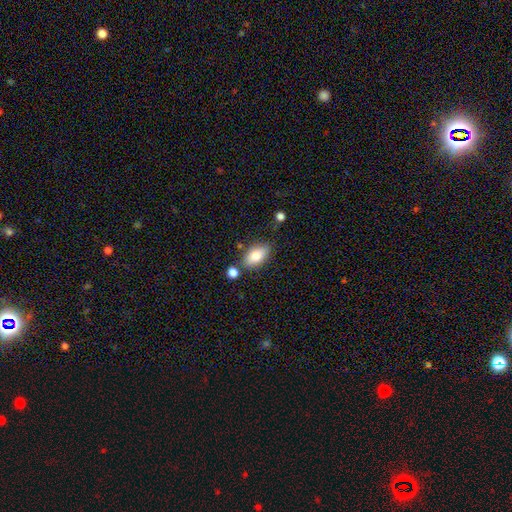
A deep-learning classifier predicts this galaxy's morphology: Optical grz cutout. It shows a smooth galaxy with no disk features (80%) that is in between round and cigar-shaped (91%). Merging: none (74%).